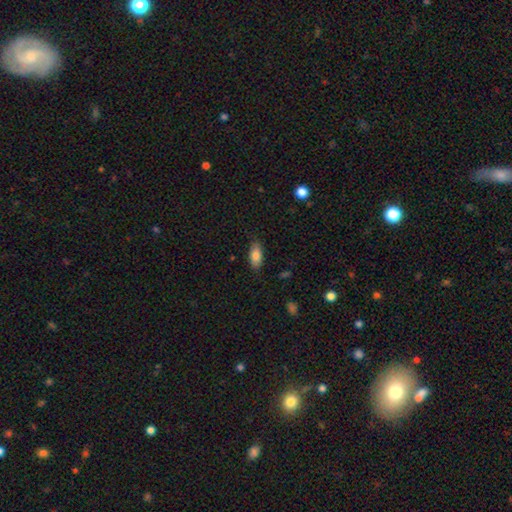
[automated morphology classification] Overall: smooth (81%). How rounded: in between (87%). Merging: none (83%).